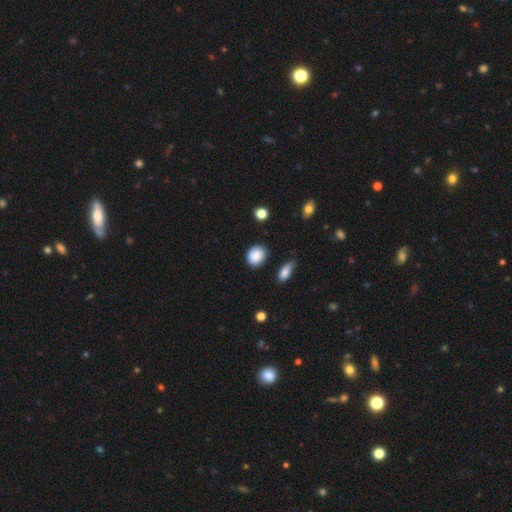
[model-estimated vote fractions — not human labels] Q: Smooth or featured?
A: smooth (83%); runner-up: featured or disk (9%)
Q: How rounded?
A: round (66%); runner-up: in between (32%)
Q: Merging?
A: none (76%); runner-up: minor disturbance (18%)